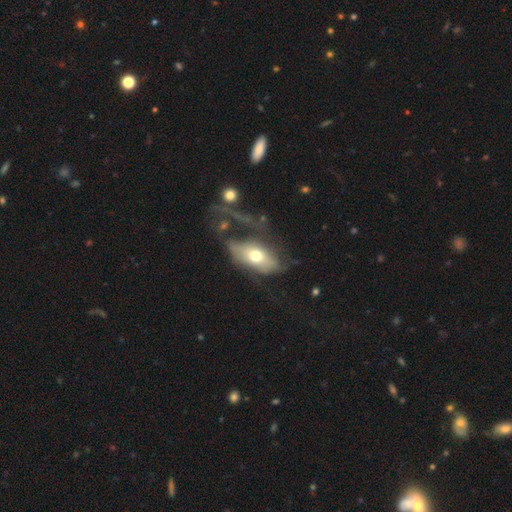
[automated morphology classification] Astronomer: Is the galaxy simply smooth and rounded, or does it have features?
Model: smooth — 56% (runner-up: featured or disk, 37%).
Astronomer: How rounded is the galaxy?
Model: in between — 86%.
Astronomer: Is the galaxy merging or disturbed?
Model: major disturbance — 41% (runner-up: none, 29%).